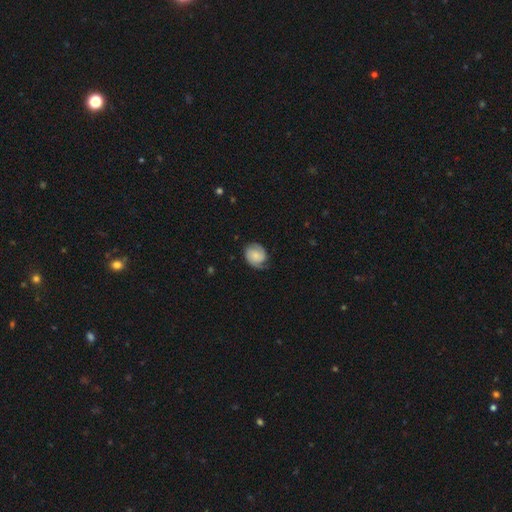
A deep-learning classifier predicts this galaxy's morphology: Q: Smooth or featured?
A: featured or disk (56%); runner-up: smooth (37%)
Q: Edge-on disk?
A: no (98%); runner-up: yes (2%)
Q: Bar?
A: no (60%); runner-up: weak (33%)
Q: Spiral arms?
A: yes (93%); runner-up: no (7%)
Q: Spiral winding?
A: tight (48%); runner-up: medium (38%)
Q: Spiral arm count?
A: 2 (73%); runner-up: can't tell (11%)
Q: Bulge size?
A: small (46%); runner-up: moderate (28%)
Q: Merging?
A: none (69%); runner-up: minor disturbance (22%)